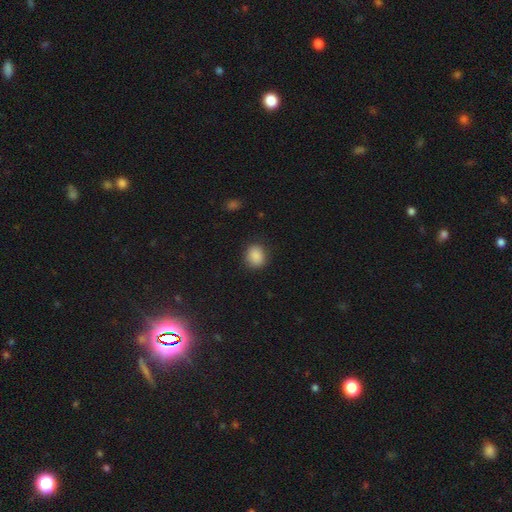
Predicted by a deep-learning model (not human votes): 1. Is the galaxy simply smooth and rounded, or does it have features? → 88% smooth, 8% star or artifact, 3% featured or disk.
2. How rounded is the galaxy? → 65% round, 34% in between, 1% cigar-shaped.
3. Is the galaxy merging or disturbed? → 86% none, 10% minor disturbance, 3% major disturbance, 1% merger.